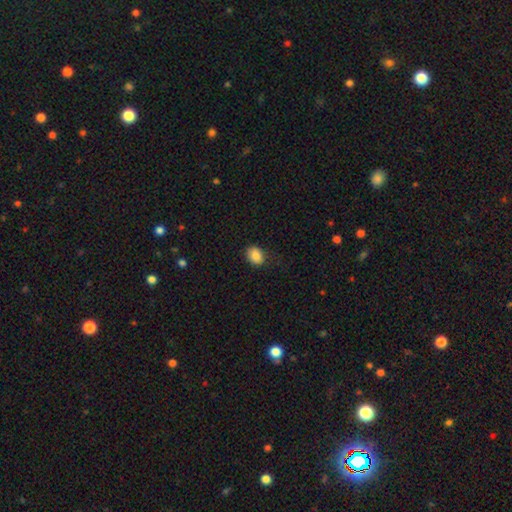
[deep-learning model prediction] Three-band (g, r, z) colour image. It shows a smooth galaxy with no disk features (85%) that is in between round and cigar-shaped (64%). Merging: none (77%).